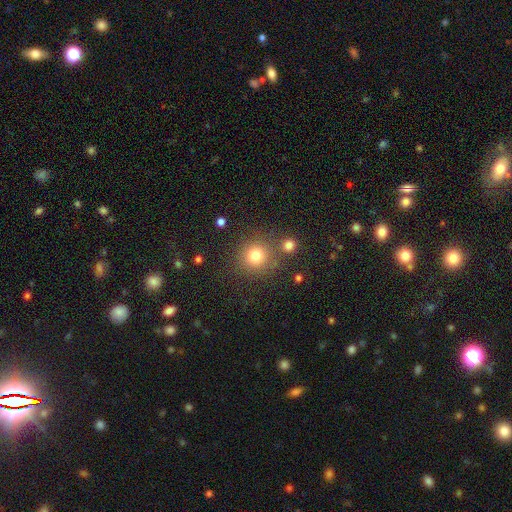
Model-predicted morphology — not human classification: smooth_or_featured: smooth (p=0.79) [alt: star or artifact p=0.14]
how_rounded: round (p=0.93) [alt: in between p=0.06]
merging: none (p=0.78) [alt: merger p=0.10]